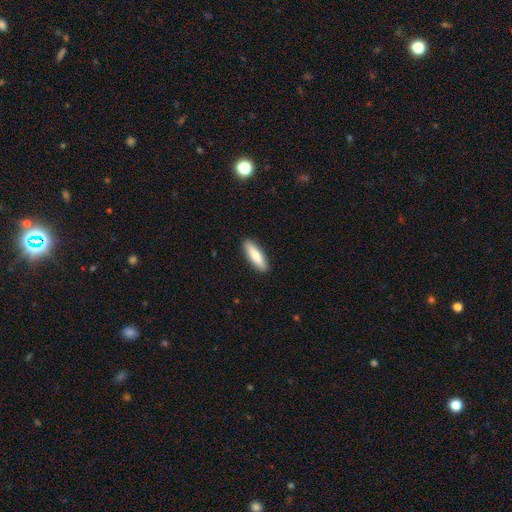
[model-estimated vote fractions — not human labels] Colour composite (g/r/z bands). It shows a smooth galaxy with no disk features (78%) that is cigar-shaped (61%). Merging: none (90%).